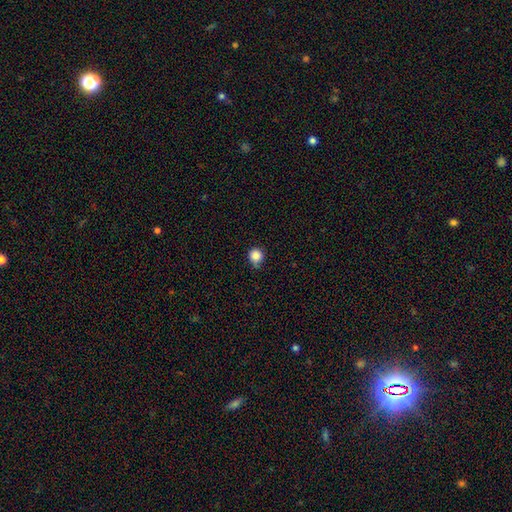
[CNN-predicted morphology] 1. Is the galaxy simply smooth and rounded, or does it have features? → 85% smooth, 10% star or artifact, 4% featured or disk.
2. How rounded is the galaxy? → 92% round, 7% in between, 1% cigar-shaped.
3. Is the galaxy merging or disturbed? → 70% none, 23% minor disturbance, 4% major disturbance, 3% merger.